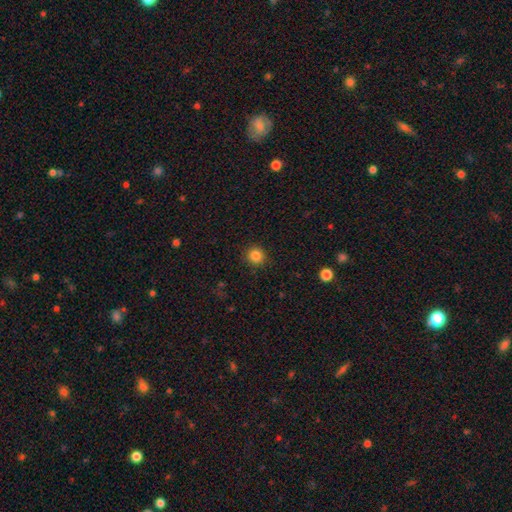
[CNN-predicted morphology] Smooth or featured? Predicted: smooth (p=0.84). How rounded? Predicted: round (p=0.92). Merging? Predicted: none (p=0.90).